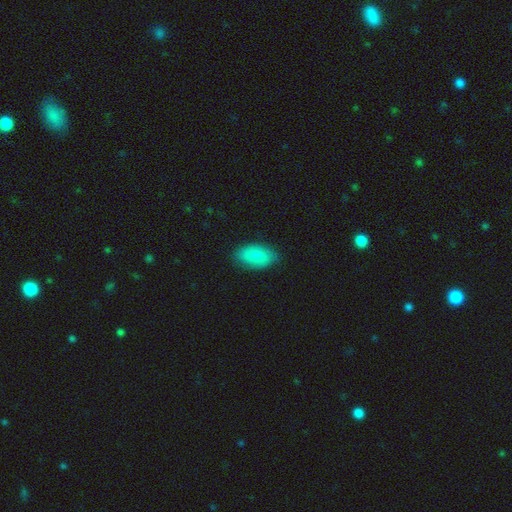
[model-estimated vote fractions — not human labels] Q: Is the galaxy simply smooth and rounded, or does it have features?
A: smooth — 80%.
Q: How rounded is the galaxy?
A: in between — 93%.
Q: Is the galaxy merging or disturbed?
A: none — 81%.